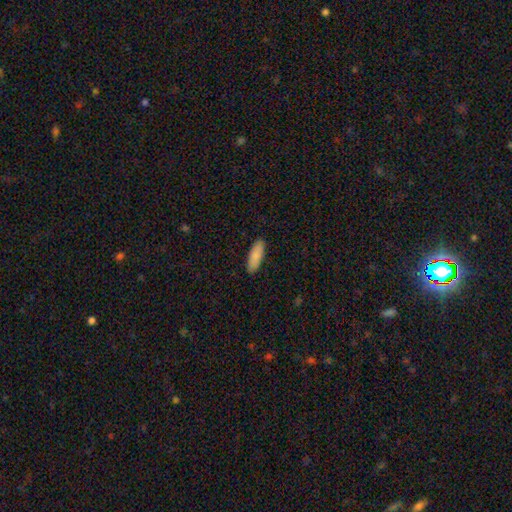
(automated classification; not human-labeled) Smooth or featured?
  - smooth: 87% *
  - featured or disk: 7%
  - star or artifact: 6%
How rounded?
  - in between: 57% *
  - cigar-shaped: 41%
  - round: 2%
Merging?
  - none: 89% *
  - minor disturbance: 8%
  - major disturbance: 2%
  - merger: 1%